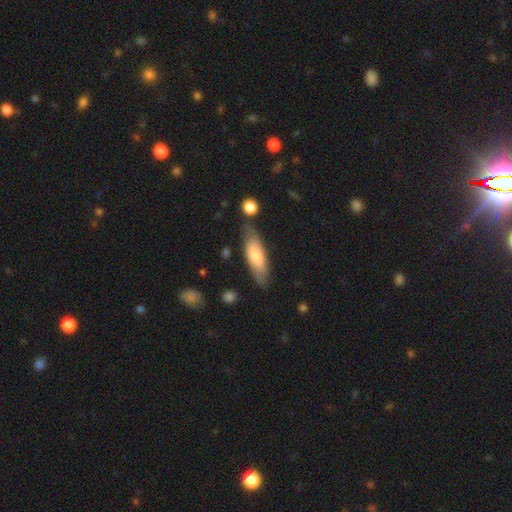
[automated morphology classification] type=smooth (72%); roundness=in between (58%); merging=none (74%).